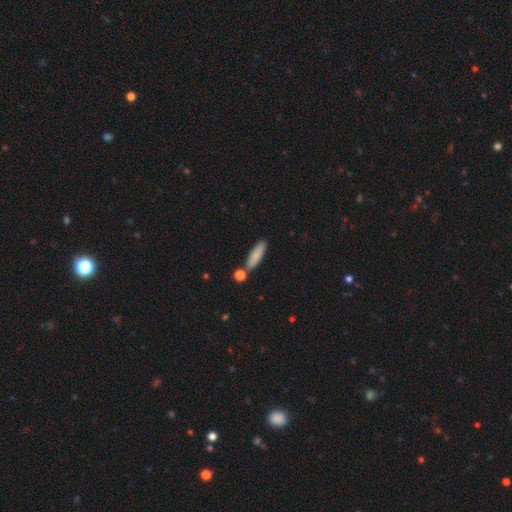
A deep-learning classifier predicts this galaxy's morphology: Overall: smooth (84%). How rounded: cigar-shaped (61%; in between 36%). Merging: none (77%).